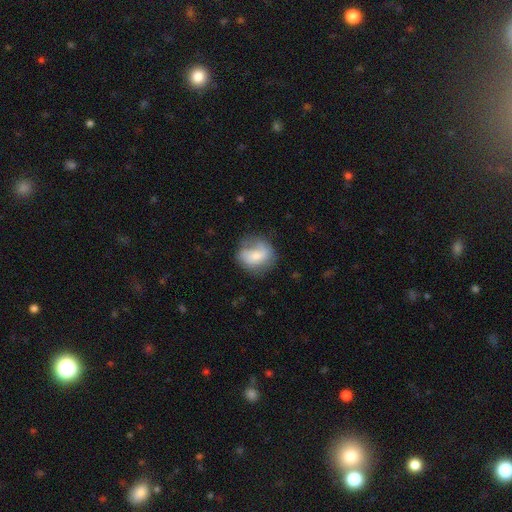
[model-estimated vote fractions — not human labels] smooth_or_featured: smooth (p=0.62) [alt: featured or disk p=0.30]
how_rounded: round (p=0.68) [alt: in between p=0.31]
merging: none (p=0.56) [alt: minor disturbance p=0.27]